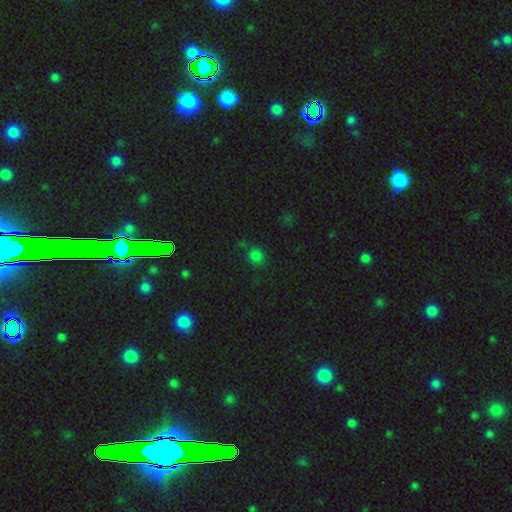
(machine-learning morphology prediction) smooth 73%, star or artifact 22%, featured or disk 5%. Down the decision tree: how rounded — round (84%); merging — none (74%).